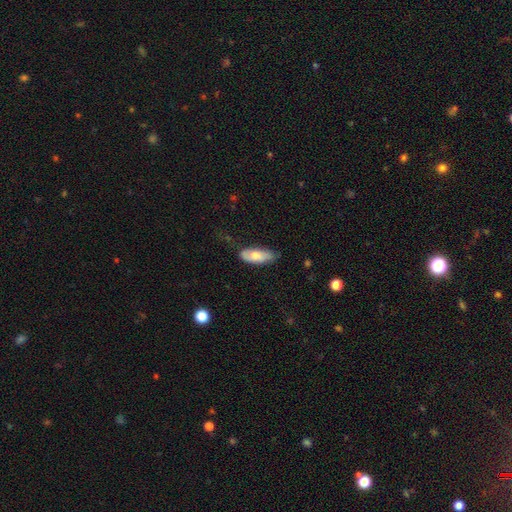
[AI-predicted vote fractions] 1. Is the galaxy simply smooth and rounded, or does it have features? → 72% smooth, 22% featured or disk, 6% star or artifact.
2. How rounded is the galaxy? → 77% in between, 21% cigar-shaped, 2% round.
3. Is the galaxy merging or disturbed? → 61% none, 31% minor disturbance, 6% major disturbance, 2% merger.